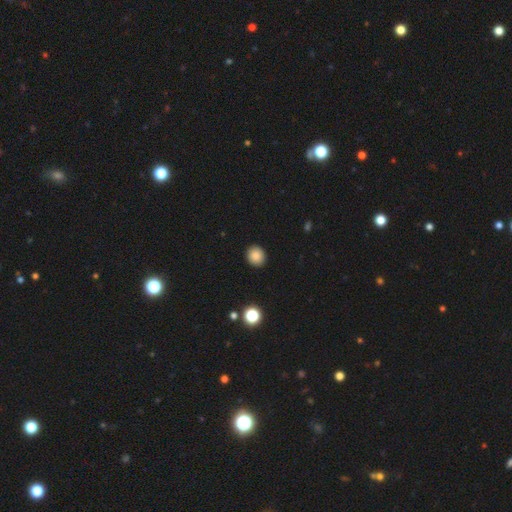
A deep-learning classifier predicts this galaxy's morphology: The model was most divided on "how rounded": round: 82%, in between: 17%, cigar-shaped: 1%. More confident: merging — none (91%); smooth or featured — smooth (86%).